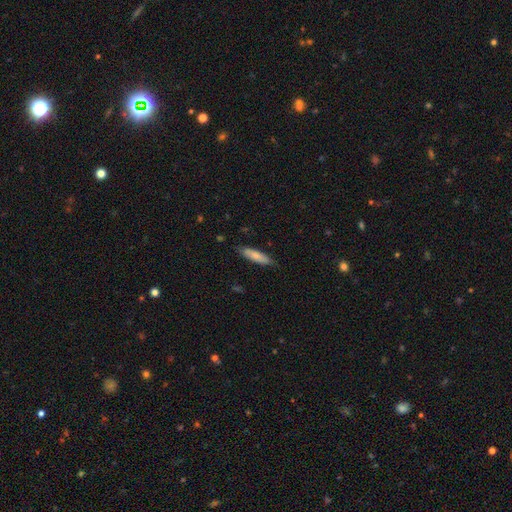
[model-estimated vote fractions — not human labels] This is likely a smooth galaxy (76%). How rounded: likely cigar-shaped (71%). Merging: clearly none (82%).